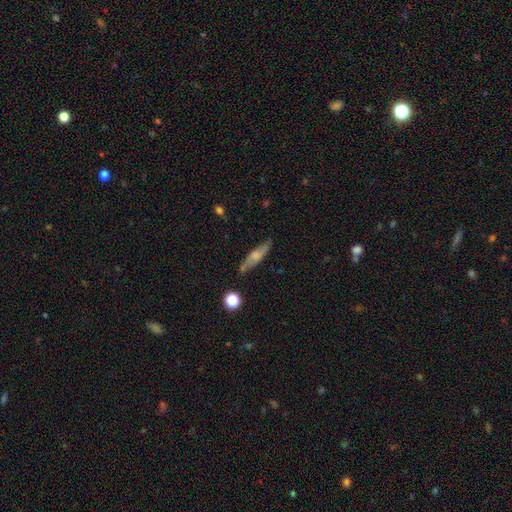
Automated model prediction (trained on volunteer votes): Morphology: type=smooth (50%); roundness=cigar-shaped (70%); merging=none (74%).